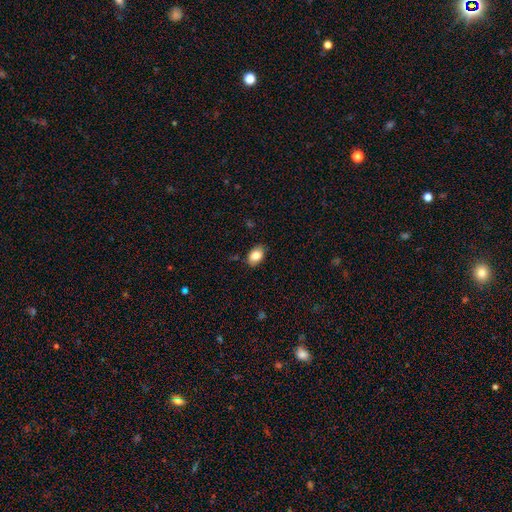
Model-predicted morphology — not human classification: The model was most divided on "how rounded": in between: 84%, round: 15%, cigar-shaped: 1%. More confident: merging — none (84%); smooth or featured — smooth (83%).